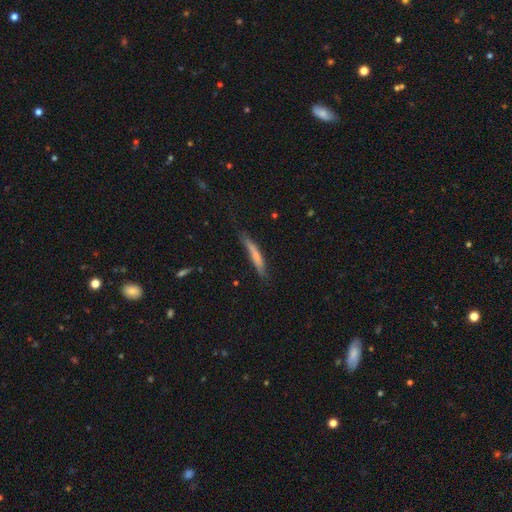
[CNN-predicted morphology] type=smooth (68%); roundness=cigar-shaped (93%); merging=none (61%).